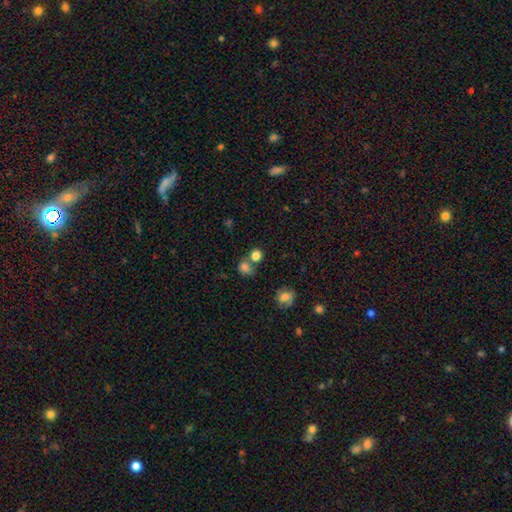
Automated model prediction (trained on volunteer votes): Smooth or featured? Predicted: smooth (p=0.82). How rounded? Predicted: round (p=0.80). Merging? Predicted: none (p=0.53).